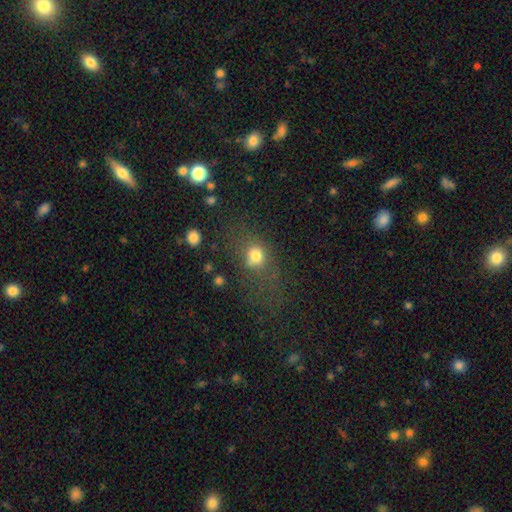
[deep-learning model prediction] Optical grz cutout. It shows a smooth galaxy with no disk features (72%) that is round (51%). Merging: none (49%).